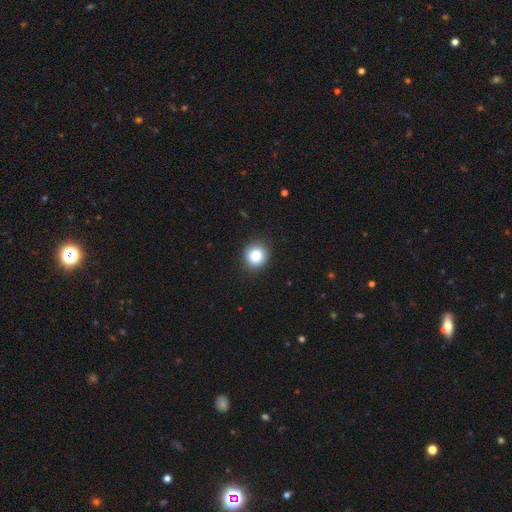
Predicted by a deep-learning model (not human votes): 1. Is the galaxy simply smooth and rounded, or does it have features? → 84% smooth, 10% star or artifact, 6% featured or disk.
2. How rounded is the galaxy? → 88% round, 12% in between, 1% cigar-shaped.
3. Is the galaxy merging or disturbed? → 89% none, 8% minor disturbance, 2% major disturbance, 1% merger.